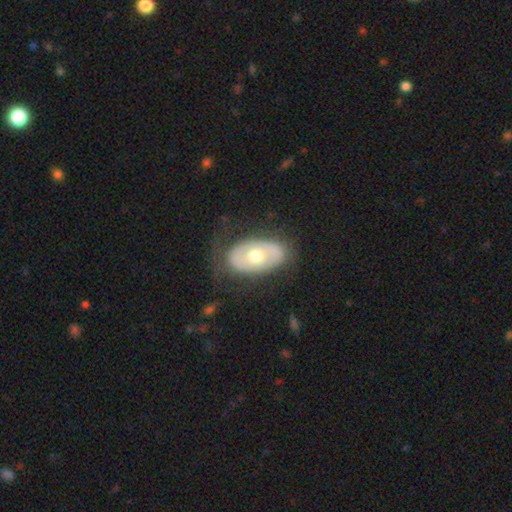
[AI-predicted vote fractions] This is possibly a featured or disk galaxy (52%). It is clearly not viewed edge-on (90%). Merging: likely none (71%).